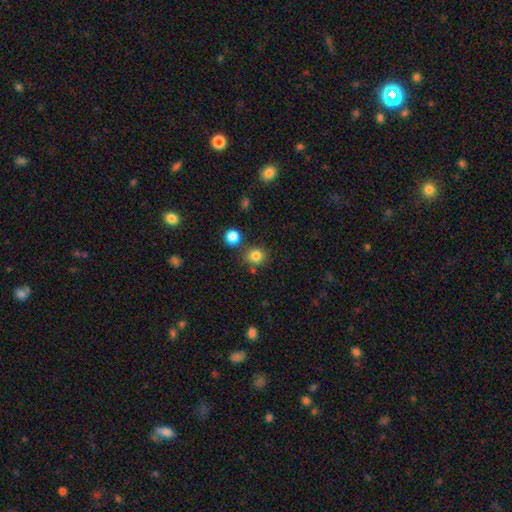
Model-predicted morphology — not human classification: smooth 82%, star or artifact 13%, featured or disk 5%. Down the decision tree: how rounded — round (84%); merging — none (77%).